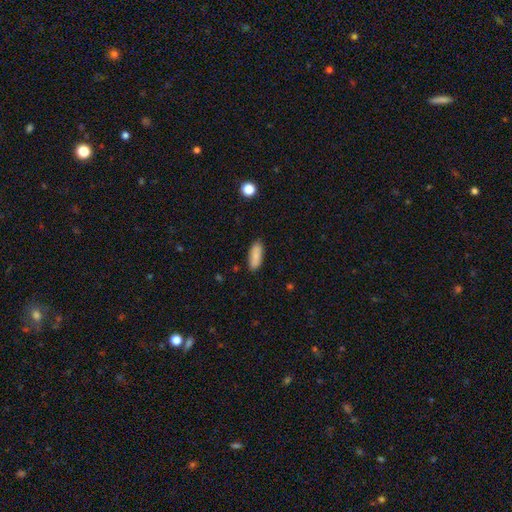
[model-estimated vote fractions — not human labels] smooth_or_featured: smooth (p=0.87) [alt: featured or disk p=0.07]
how_rounded: in between (p=0.71) [alt: cigar-shaped p=0.27]
merging: none (p=0.85) [alt: minor disturbance p=0.11]